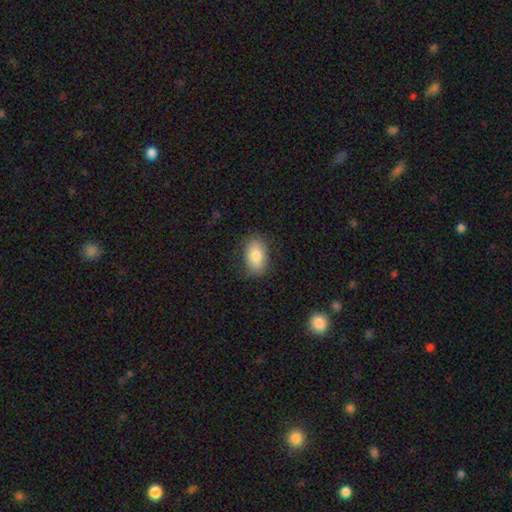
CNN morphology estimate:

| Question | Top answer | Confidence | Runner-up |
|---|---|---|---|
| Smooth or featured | smooth | 83% | featured or disk (10%) |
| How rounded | in between | 89% | round (10%) |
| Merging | none | 82% | minor disturbance (13%) |